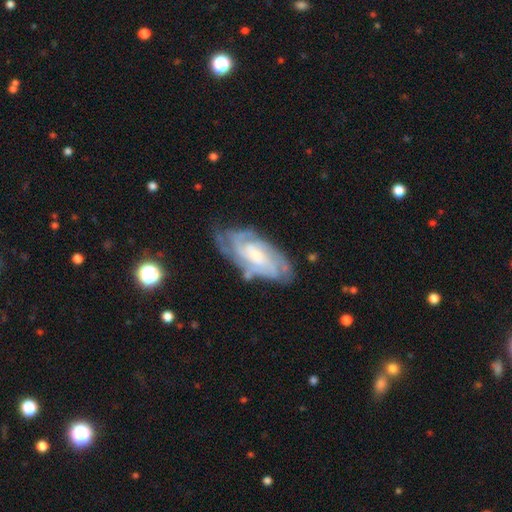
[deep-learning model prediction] Smooth or featured? Predicted: featured or disk (p=0.83). Edge-on disk? Predicted: no (p=0.94). Bar? Predicted: no (p=0.59). Spiral arms? Predicted: yes (p=0.95). Spiral winding? Predicted: tight (p=0.63). Spiral arm count? Predicted: can't tell (p=0.33). Bulge size? Predicted: small (p=0.52). Merging? Predicted: none (p=0.68).